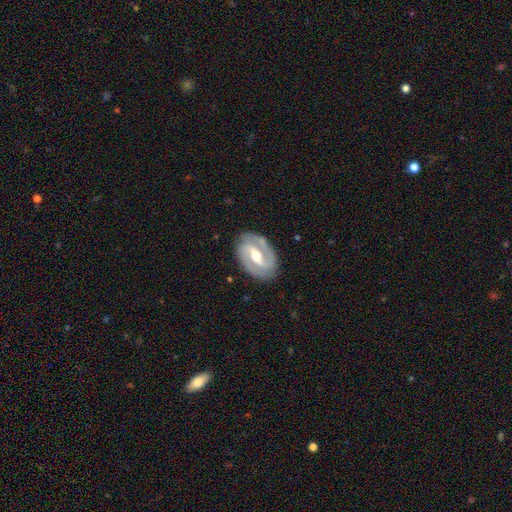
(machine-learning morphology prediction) This appears to be a featured or disk galaxy (89%) with a strong bar (55%), 2 (91%) medium (46%) spiral arms (95%) and a moderate central bulge (68%). Merging: none (85%).